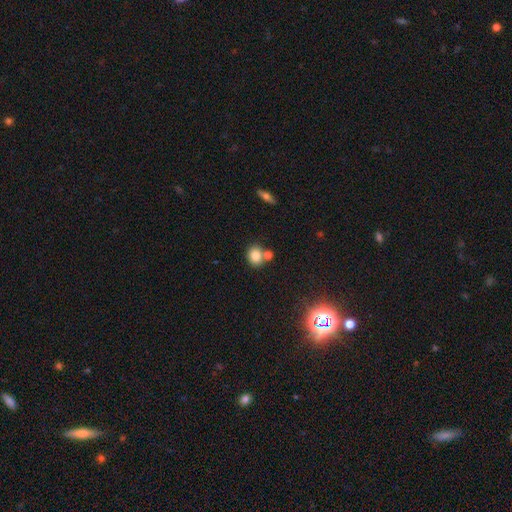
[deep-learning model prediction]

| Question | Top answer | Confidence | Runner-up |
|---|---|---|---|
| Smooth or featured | smooth | 80% | star or artifact (11%) |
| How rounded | round | 69% | in between (30%) |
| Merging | none | 61% | merger (27%) |